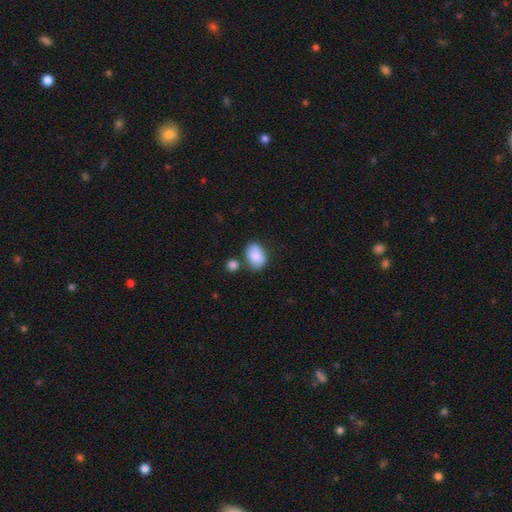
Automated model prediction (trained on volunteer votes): A smooth galaxy with no disk features (83%) that is in between round and cigar-shaped (81%).

Vote fractions:
- Smooth or featured? smooth: 83% / featured or disk: 10% / star or artifact: 7%
- How rounded? in between: 81% / round: 18% / cigar-shaped: 1%
- Merging? none: 60% / minor disturbance: 20% / merger: 15% / major disturbance: 5%